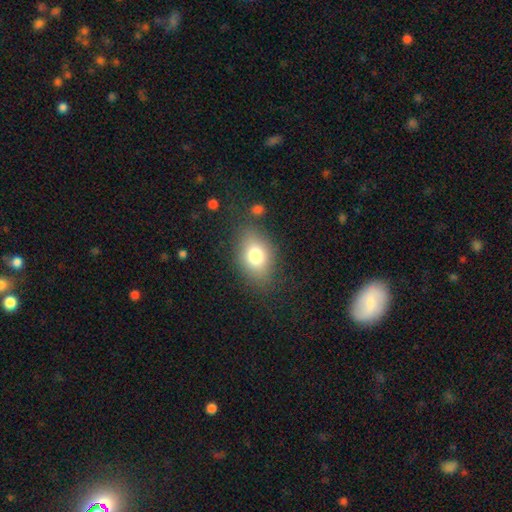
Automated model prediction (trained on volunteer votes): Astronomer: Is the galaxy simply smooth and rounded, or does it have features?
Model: smooth — 76%.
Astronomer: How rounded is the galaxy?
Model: in between — 78%.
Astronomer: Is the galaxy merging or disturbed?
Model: none — 77%.